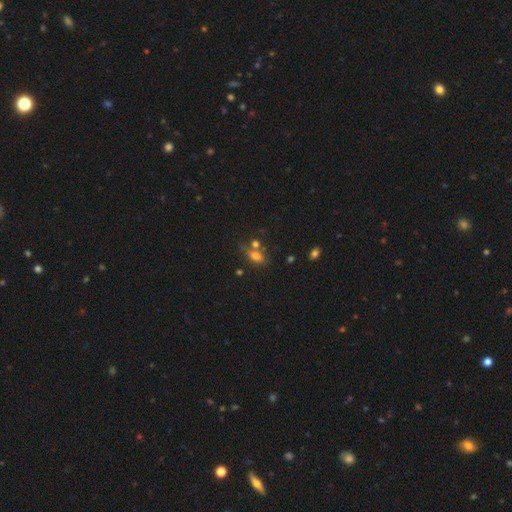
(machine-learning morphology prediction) A smooth galaxy with no disk features (69%) that is in between round and cigar-shaped (74%).

Vote fractions:
- Smooth or featured? smooth: 69% / featured or disk: 17% / star or artifact: 15%
- How rounded? in between: 74% / round: 17% / cigar-shaped: 9%
- Merging? none: 46% / merger: 29% / minor disturbance: 16% / major disturbance: 9%